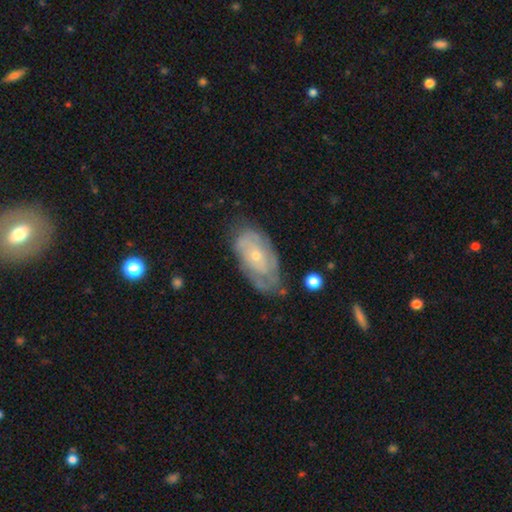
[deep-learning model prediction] smooth_or_featured: featured or disk (p=0.65) [alt: smooth p=0.28]
disk_edge_on: no (p=0.93) [alt: yes p=0.07]
bar: no (p=0.81) [alt: weak p=0.16]
has_spiral_arms: yes (p=0.67) [alt: no p=0.33]
bulge_size: small (p=0.69) [alt: moderate p=0.27]
merging: none (p=0.56) [alt: minor disturbance p=0.29]